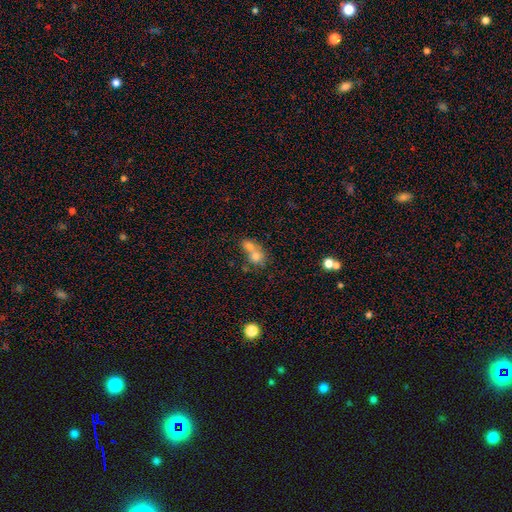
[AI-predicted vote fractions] Overall: smooth (70%). How rounded: round (64%; in between 34%). Merging: merger (69%).